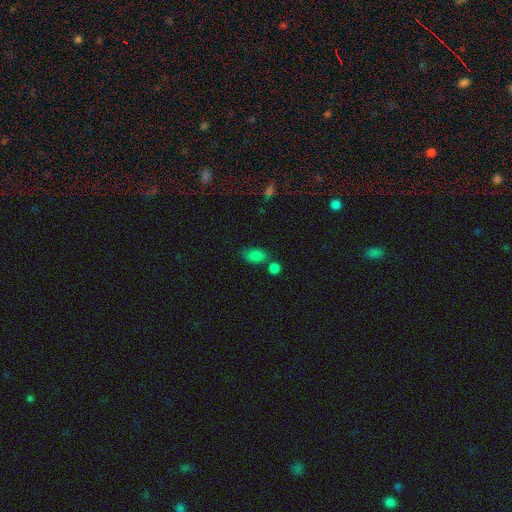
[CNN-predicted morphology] This is clearly a smooth galaxy (82%). How rounded: clearly in between (84%). Merging: possibly none (59%).